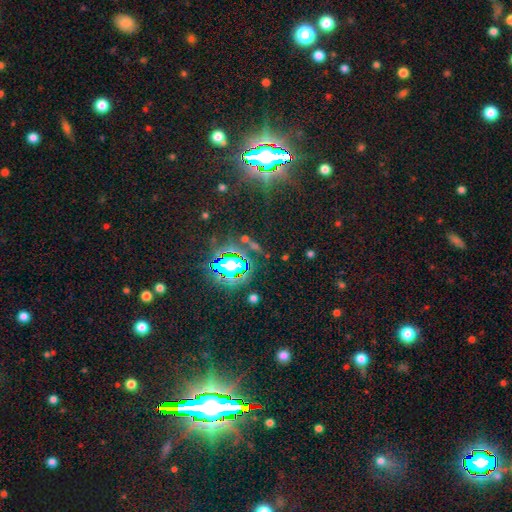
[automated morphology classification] Overall: star or artifact (83%).